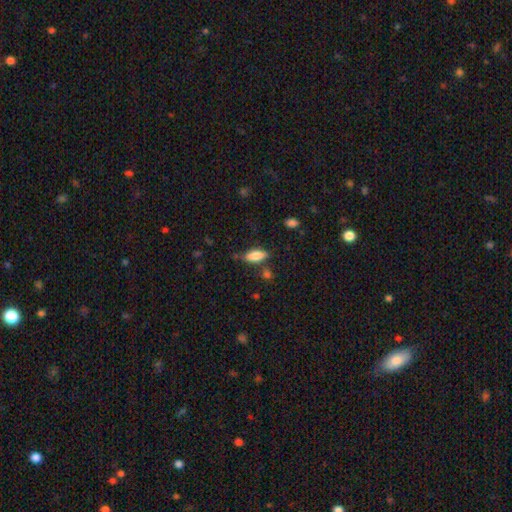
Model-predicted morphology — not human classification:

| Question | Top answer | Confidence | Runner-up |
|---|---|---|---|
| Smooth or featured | smooth | 78% | featured or disk (15%) |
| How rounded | in between | 73% | cigar-shaped (25%) |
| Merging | none | 73% | minor disturbance (17%) |